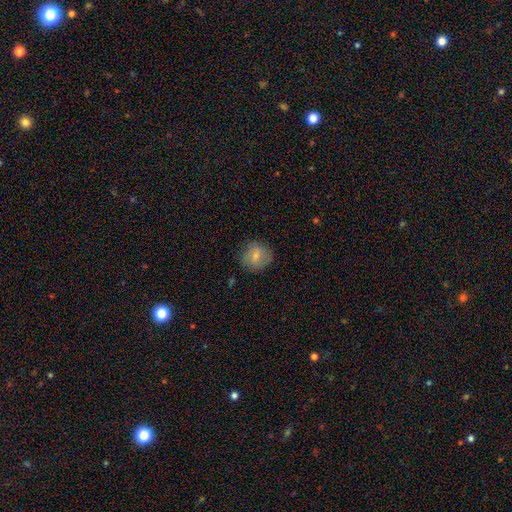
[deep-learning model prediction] Smooth or featured? smooth (76%)
How rounded? round (82%)
Merging? none (80%)